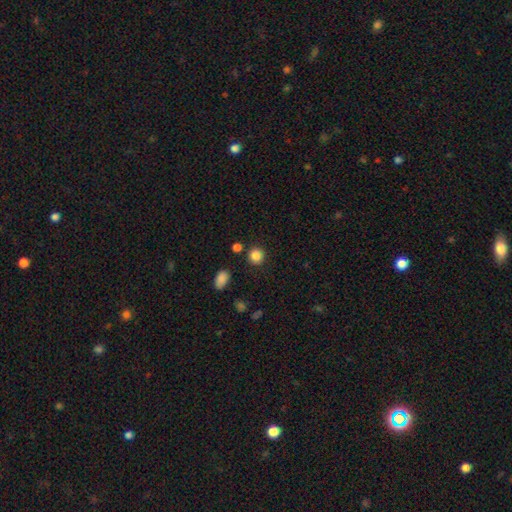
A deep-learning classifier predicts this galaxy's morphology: This is clearly a smooth galaxy (86%). How rounded: clearly round (91%). Merging: clearly none (87%).